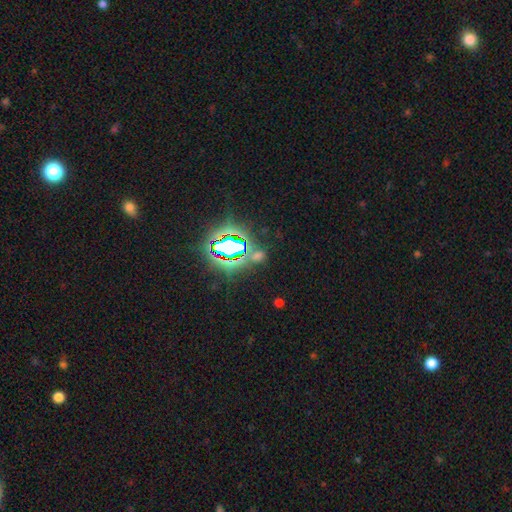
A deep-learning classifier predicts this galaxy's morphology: Smooth or featured?
  - star or artifact: 67% *
  - smooth: 23%
  - featured or disk: 10%